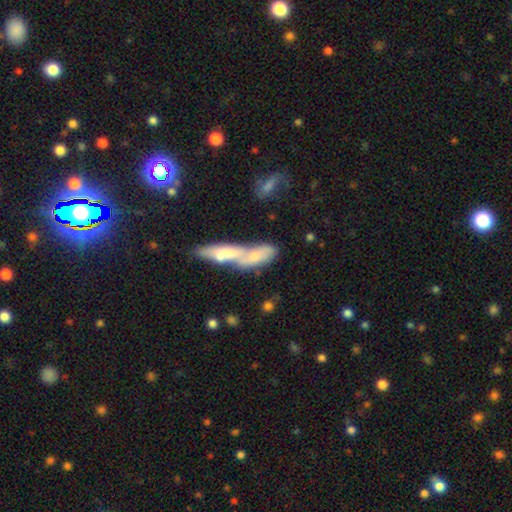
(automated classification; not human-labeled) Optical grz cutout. It shows a smooth galaxy with no disk features (58%) that is in between round and cigar-shaped (55%). Merging: merger (69%).